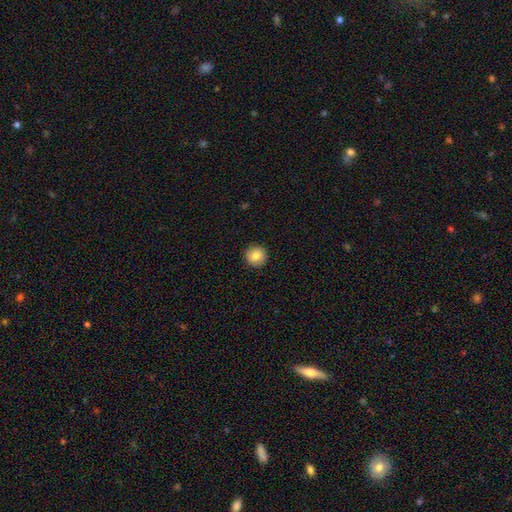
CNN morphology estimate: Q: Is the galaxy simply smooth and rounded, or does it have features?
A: smooth — 83%.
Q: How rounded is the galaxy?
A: round — 94%.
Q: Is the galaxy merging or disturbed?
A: none — 91%.